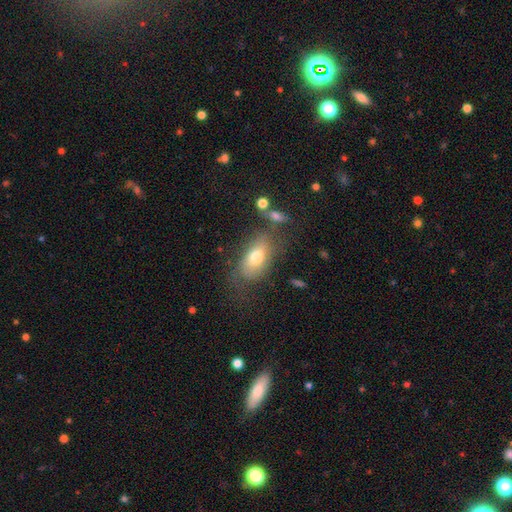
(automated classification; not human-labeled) Smooth or featured?
  - smooth: 68% *
  - featured or disk: 23%
  - star or artifact: 9%
How rounded?
  - in between: 89% *
  - round: 6%
  - cigar-shaped: 5%
Merging?
  - none: 55% *
  - minor disturbance: 24%
  - major disturbance: 15%
  - merger: 6%